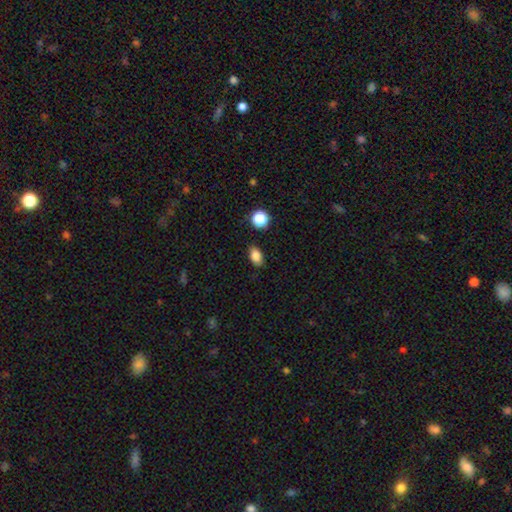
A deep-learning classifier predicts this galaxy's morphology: type=smooth (85%); roundness=in between (86%); merging=none (86%).